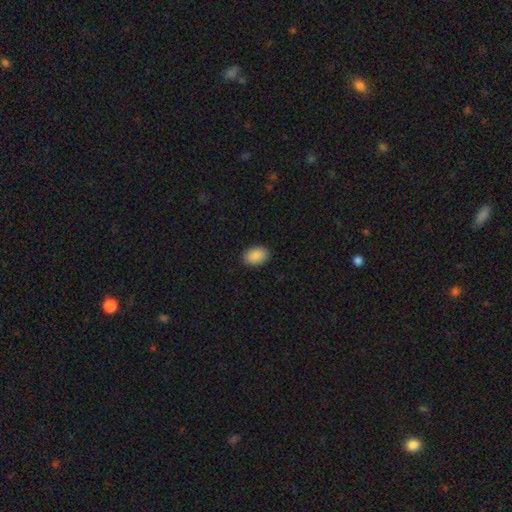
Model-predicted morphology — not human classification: This is clearly a smooth galaxy (90%). How rounded: clearly in between (86%). Merging: clearly none (89%).